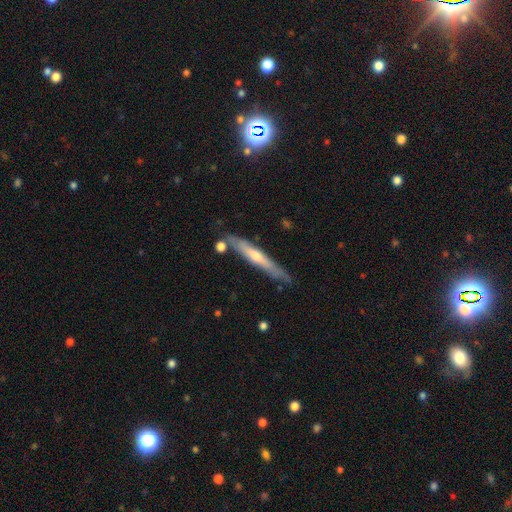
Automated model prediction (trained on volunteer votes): smooth_or_featured: featured or disk (p=0.65) [alt: smooth p=0.25]
disk_edge_on: yes (p=0.91) [alt: no p=0.09]
edge_on_bulge: rounded (p=0.70) [alt: none p=0.24]
merging: none (p=0.77) [alt: minor disturbance p=0.16]